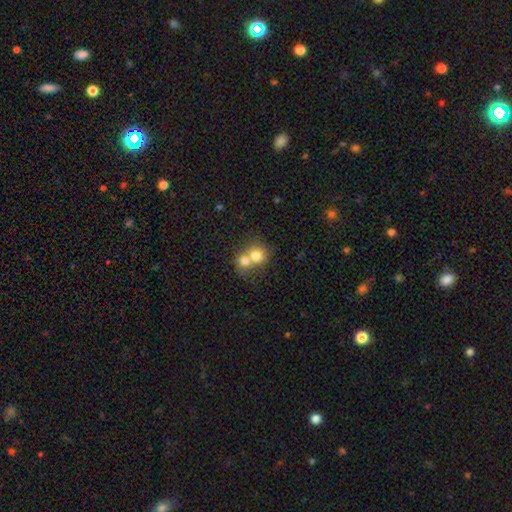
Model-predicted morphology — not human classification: A smooth galaxy with no disk features (73%) that is round (71%). Merging: merger (70%).